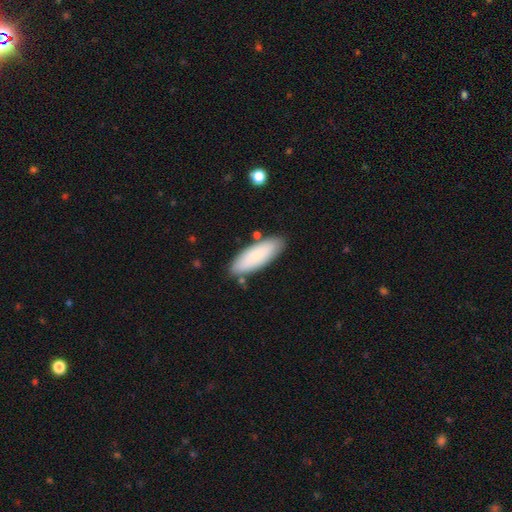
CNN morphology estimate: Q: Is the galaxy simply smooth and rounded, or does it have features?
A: smooth — 81%.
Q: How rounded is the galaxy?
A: in between — 60%.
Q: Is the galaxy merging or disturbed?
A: none — 82%.